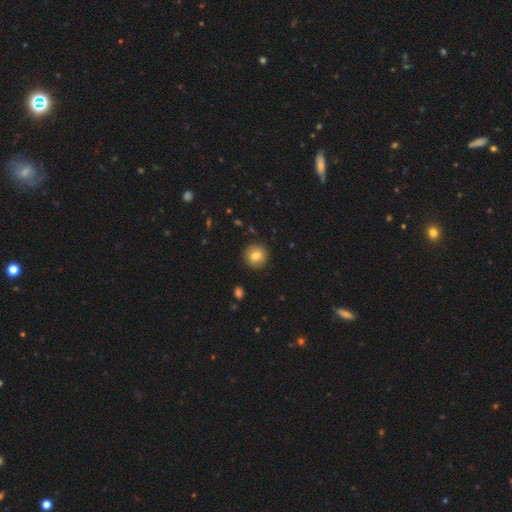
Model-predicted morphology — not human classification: Smooth or featured?
  - smooth: 79% *
  - featured or disk: 12%
  - star or artifact: 10%
How rounded?
  - round: 94% *
  - in between: 5%
  - cigar-shaped: 1%
Merging?
  - none: 91% *
  - minor disturbance: 6%
  - major disturbance: 2%
  - merger: 1%